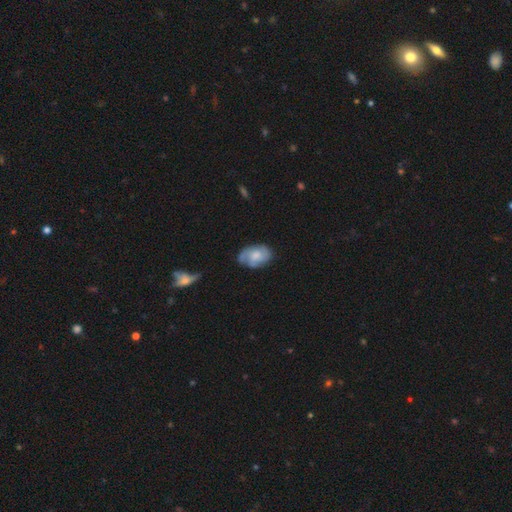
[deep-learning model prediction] This is possibly a featured or disk galaxy (52%). It is clearly not viewed edge-on (96%). Bar: likely no (72%). Spiral arm pattern: likely yes (77%). Central bulge: marginally moderate (40%). Merging: likely none (62%).